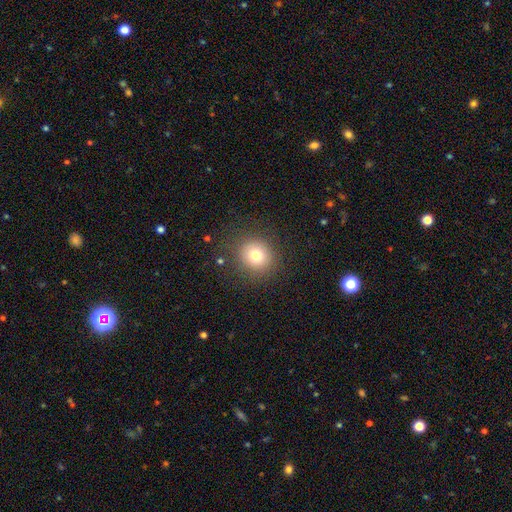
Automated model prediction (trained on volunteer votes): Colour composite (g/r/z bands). It shows a smooth galaxy with no disk features (77%) that is round (86%). Merging: none (85%).